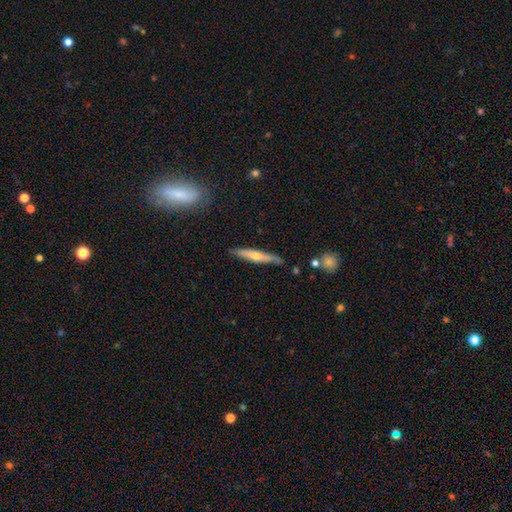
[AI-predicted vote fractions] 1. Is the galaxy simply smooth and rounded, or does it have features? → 58% featured or disk, 36% smooth, 7% star or artifact.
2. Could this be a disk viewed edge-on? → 93% yes, 7% no.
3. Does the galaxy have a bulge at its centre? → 82% rounded, 14% none, 4% boxy.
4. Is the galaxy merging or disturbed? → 84% none, 12% minor disturbance, 2% major disturbance, 2% merger.